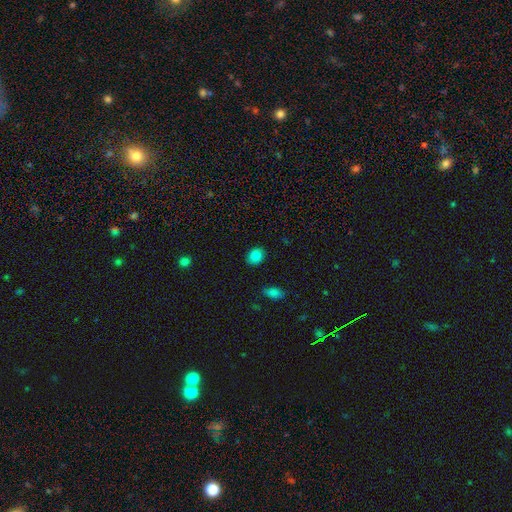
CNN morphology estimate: A smooth galaxy with no disk features (85%) that is round (53%).

Vote fractions:
- Smooth or featured? smooth: 85% / star or artifact: 10% / featured or disk: 5%
- How rounded? round: 53% / in between: 46% / cigar-shaped: 1%
- Merging? none: 88% / minor disturbance: 8% / major disturbance: 2% / merger: 1%